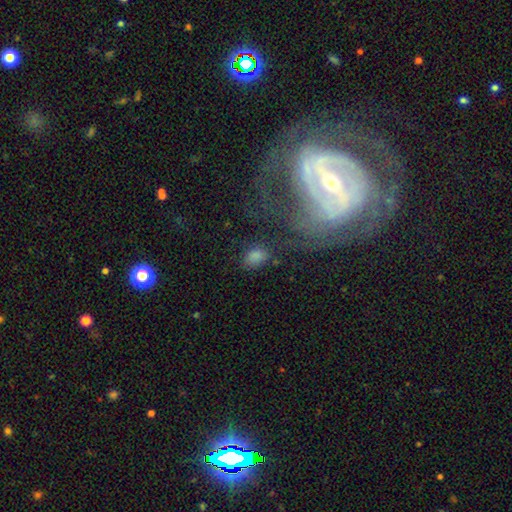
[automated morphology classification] This is likely a smooth galaxy (77%). How rounded: clearly in between (82%). Merging: likely none (66%).